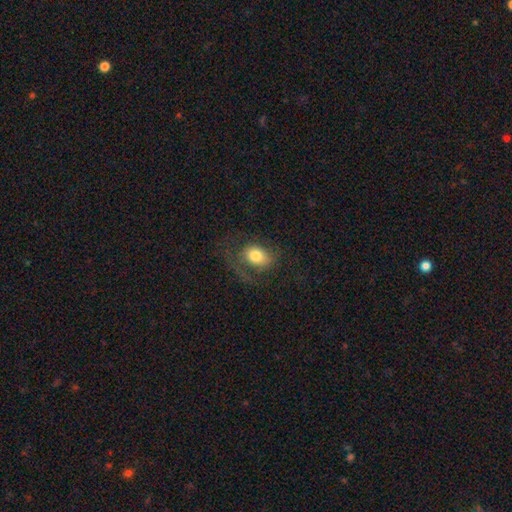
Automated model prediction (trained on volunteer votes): Overall: smooth (69%). How rounded: in between (68%; round 31%). Merging: none (50%; major disturbance 27%).